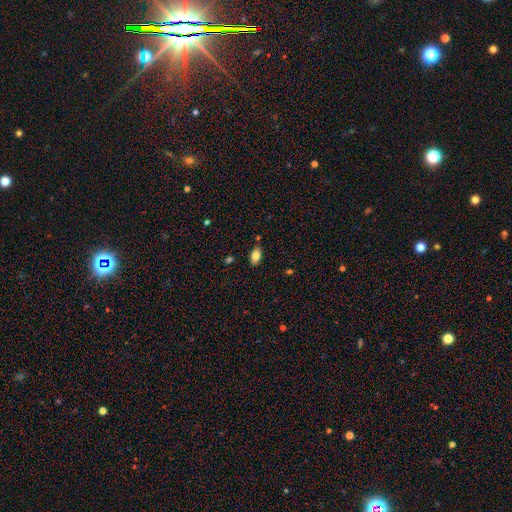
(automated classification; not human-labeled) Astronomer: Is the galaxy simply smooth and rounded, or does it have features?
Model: smooth — 80%.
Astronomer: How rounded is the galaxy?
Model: in between — 92%.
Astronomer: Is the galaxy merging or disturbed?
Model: none — 83%.